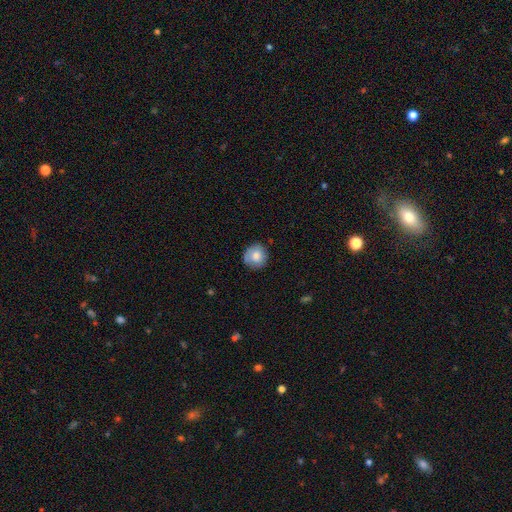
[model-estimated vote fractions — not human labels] Q: Smooth or featured?
A: smooth (81%); runner-up: featured or disk (12%)
Q: How rounded?
A: round (90%); runner-up: in between (9%)
Q: Merging?
A: none (81%); runner-up: minor disturbance (15%)